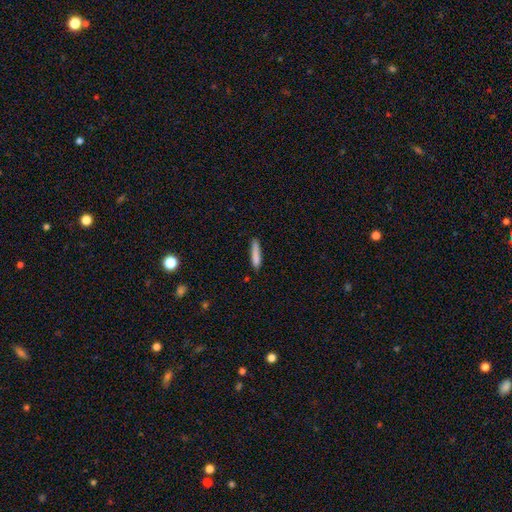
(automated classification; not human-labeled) This appears to be a smooth galaxy with no disk features (83%) that is cigar-shaped (88%). Merging: none (77%).